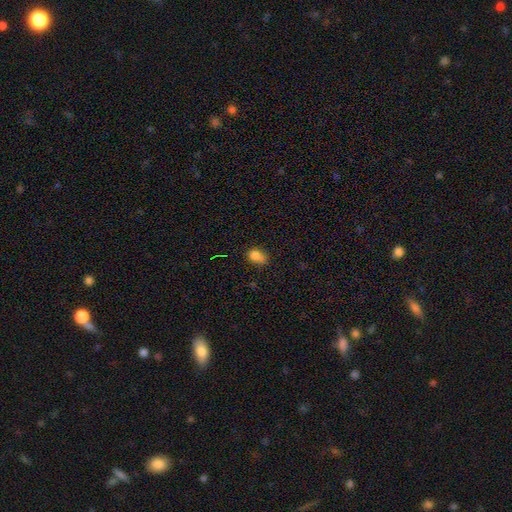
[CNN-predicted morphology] A smooth galaxy with no disk features (80%) that is in between round and cigar-shaped (70%).

Vote fractions:
- Smooth or featured? smooth: 80% / star or artifact: 12% / featured or disk: 8%
- How rounded? in between: 70% / round: 28% / cigar-shaped: 2%
- Merging? none: 55% / minor disturbance: 31% / major disturbance: 9% / merger: 5%